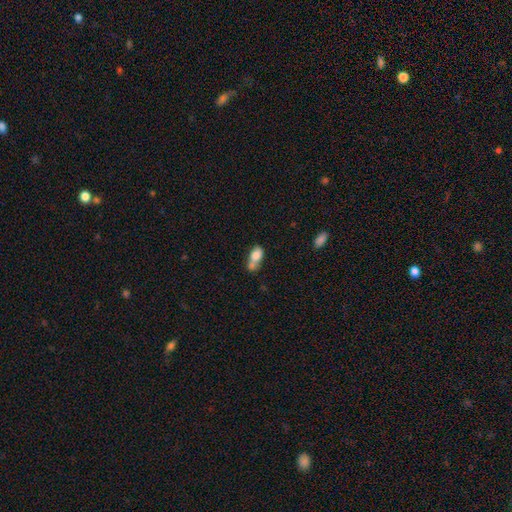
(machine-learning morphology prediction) smooth_or_featured: smooth (p=0.76) [alt: featured or disk p=0.16]
how_rounded: in between (p=0.80) [alt: round p=0.14]
merging: merger (p=0.55) [alt: none p=0.22]